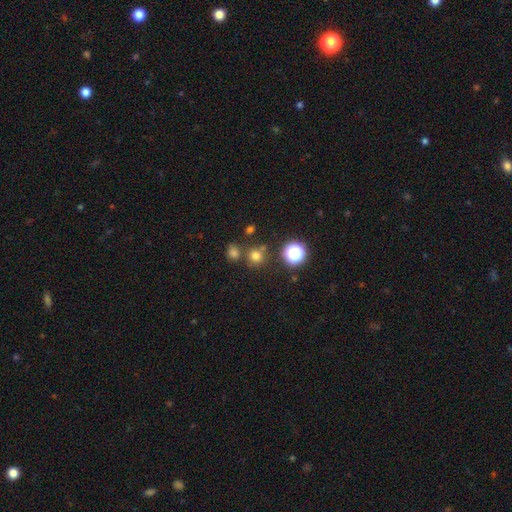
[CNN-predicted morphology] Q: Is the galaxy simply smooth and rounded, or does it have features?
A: smooth — 70%.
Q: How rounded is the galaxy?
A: round — 90%.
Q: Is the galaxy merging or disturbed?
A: none — 74%.